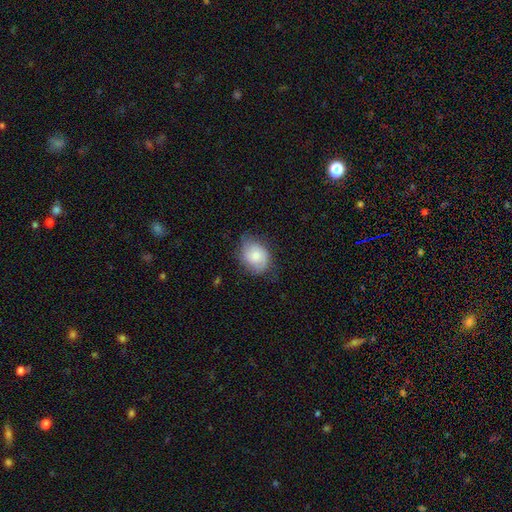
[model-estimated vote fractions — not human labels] A smooth galaxy with no disk features (70%) that is in between round and cigar-shaped (57%). Merging: none (58%).